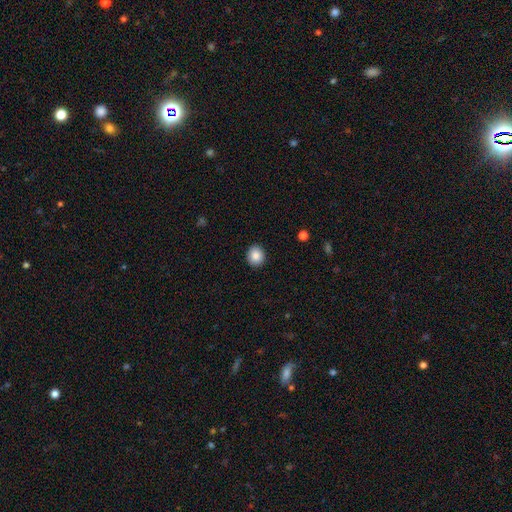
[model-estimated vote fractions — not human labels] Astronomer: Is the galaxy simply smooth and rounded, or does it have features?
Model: smooth — 87%.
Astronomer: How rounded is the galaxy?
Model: round — 82%.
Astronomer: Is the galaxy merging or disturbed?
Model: none — 92%.